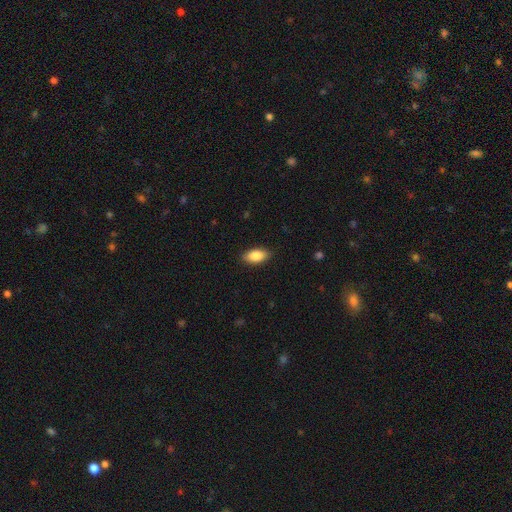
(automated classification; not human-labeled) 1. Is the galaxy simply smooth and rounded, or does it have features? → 88% smooth, 7% star or artifact, 6% featured or disk.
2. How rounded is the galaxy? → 92% in between, 5% cigar-shaped, 3% round.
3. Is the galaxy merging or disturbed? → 88% none, 9% minor disturbance, 2% major disturbance, 1% merger.